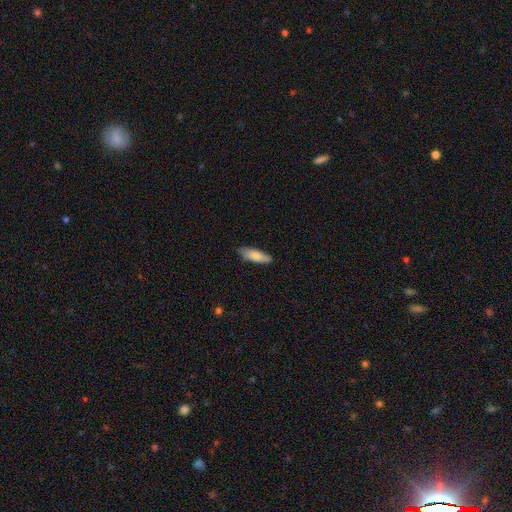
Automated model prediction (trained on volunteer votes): Smooth or featured: smooth — 78% (featured or disk — 16%)
How rounded: in between — 52% (cigar-shaped — 47%)
Merging: none — 82% (minor disturbance — 15%)